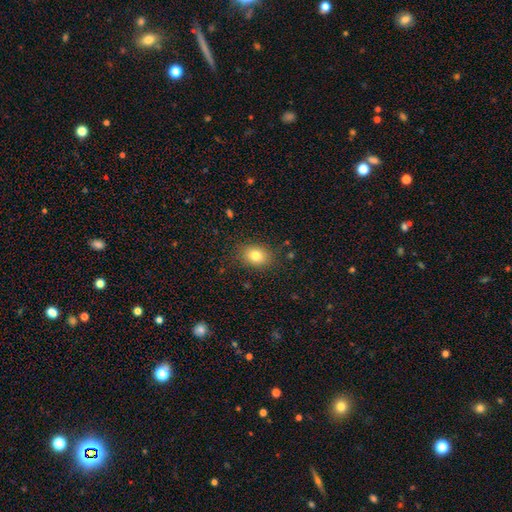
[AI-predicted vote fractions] Smooth or featured? smooth (80%)
How rounded? in between (64%)
Merging? none (84%)